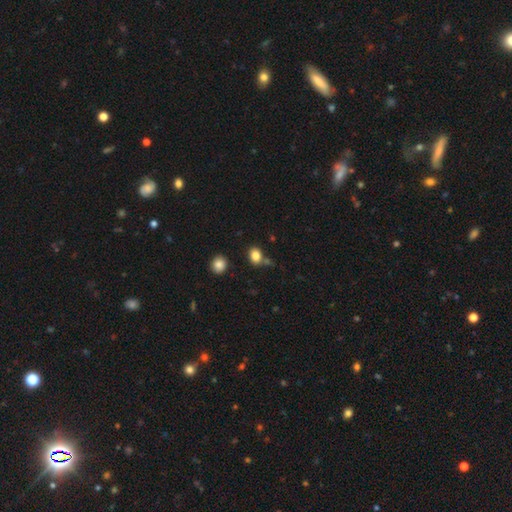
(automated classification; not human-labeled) Smooth or featured: smooth — 83% (star or artifact — 11%)
How rounded: in between — 51% (round — 48%)
Merging: none — 70% (minor disturbance — 14%)